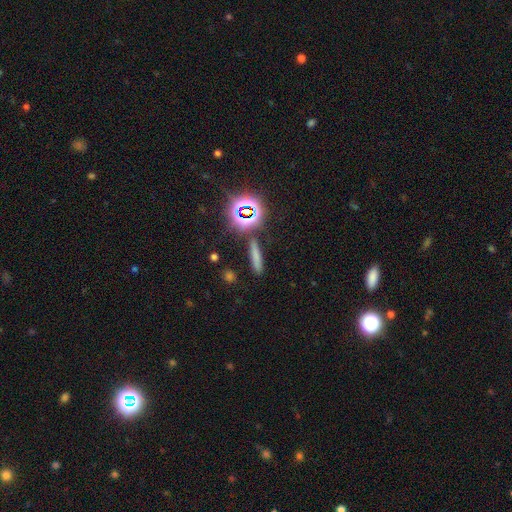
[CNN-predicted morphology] Smooth or featured? smooth (65%)
How rounded? cigar-shaped (82%)
Merging? none (84%)